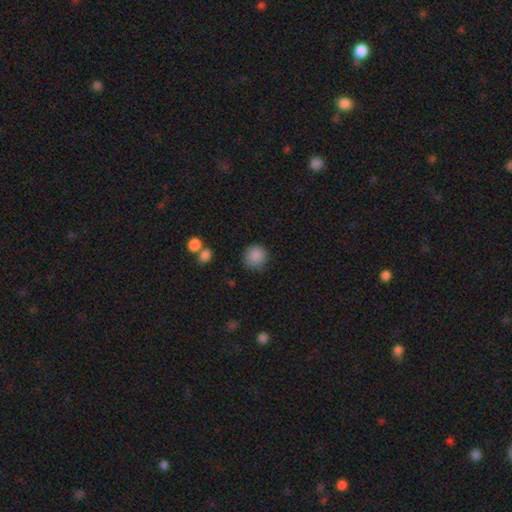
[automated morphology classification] Smooth or featured: smooth — 87% (star or artifact — 9%)
How rounded: round — 91% (in between — 8%)
Merging: none — 81% (minor disturbance — 12%)